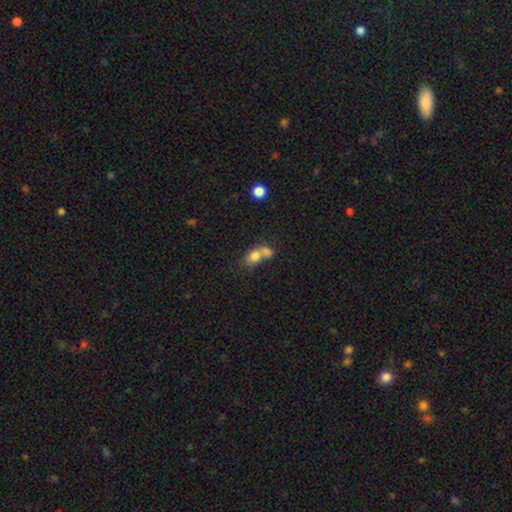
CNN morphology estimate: Smooth or featured? smooth (75%)
How rounded? in between (60%)
Merging? merger (66%)